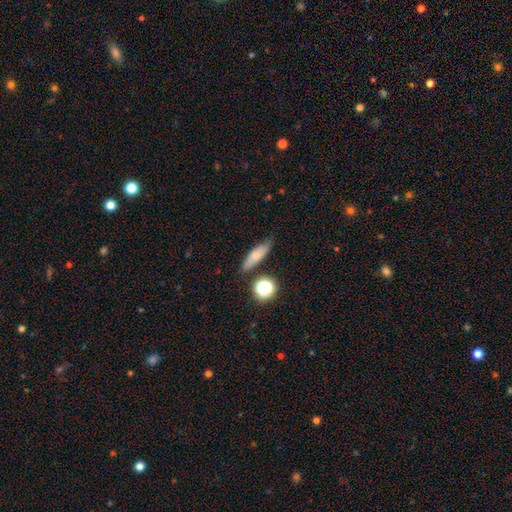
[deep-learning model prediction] Smooth or featured? smooth (70%)
How rounded? cigar-shaped (51%)
Merging? none (74%)